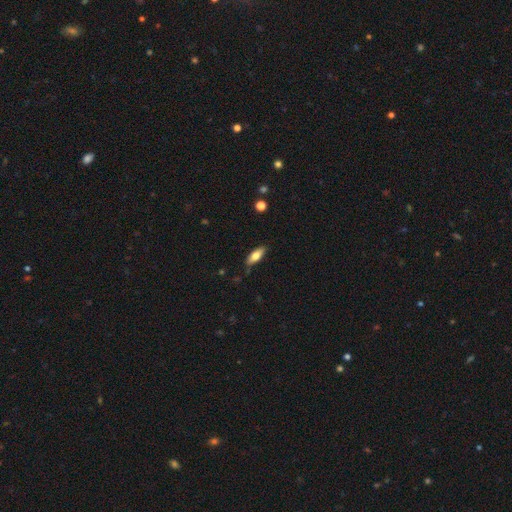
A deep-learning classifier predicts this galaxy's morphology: Smooth or featured? smooth (71%)
How rounded? in between (70%)
Merging? none (82%)